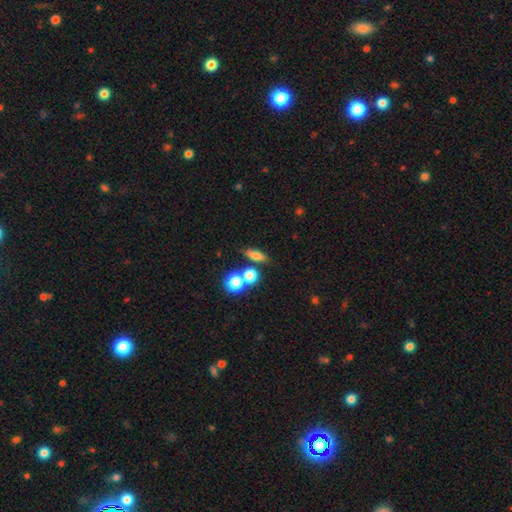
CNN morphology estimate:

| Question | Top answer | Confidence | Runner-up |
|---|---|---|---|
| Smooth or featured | smooth | 68% | featured or disk (18%) |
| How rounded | in between | 49% | round (26%) |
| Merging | none | 70% | merger (16%) |